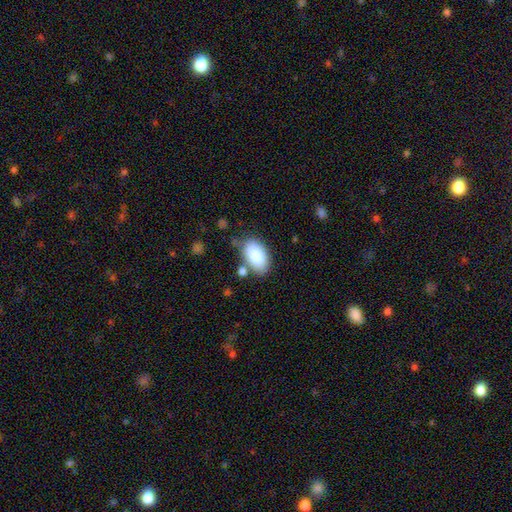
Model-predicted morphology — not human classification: A smooth galaxy with no disk features (87%) that is in between round and cigar-shaped (94%). Merging: none (71%).